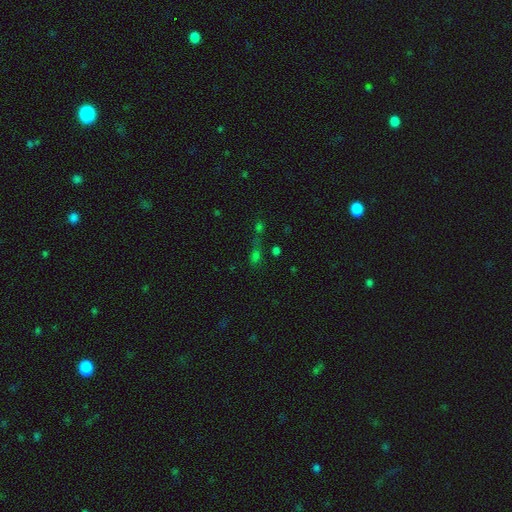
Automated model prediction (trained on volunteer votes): smooth_or_featured: smooth (p=0.46) [alt: star or artifact p=0.43]
merging: none (p=0.42) [alt: merger p=0.33]